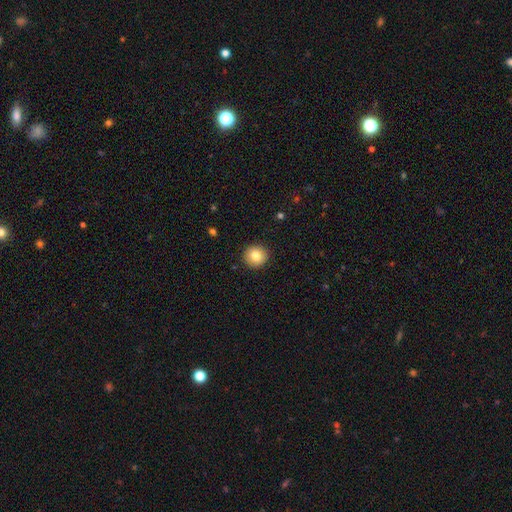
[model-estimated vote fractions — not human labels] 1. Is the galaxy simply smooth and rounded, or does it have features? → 81% smooth, 9% featured or disk, 9% star or artifact.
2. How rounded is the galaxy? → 93% round, 6% in between, 1% cigar-shaped.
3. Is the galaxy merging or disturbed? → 92% none, 6% minor disturbance, 2% major disturbance, 1% merger.